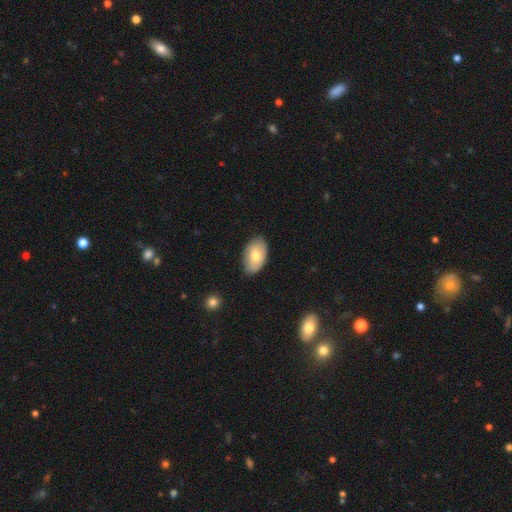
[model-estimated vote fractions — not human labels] Q: Smooth or featured?
A: smooth (73%); runner-up: featured or disk (21%)
Q: How rounded?
A: in between (94%); runner-up: round (5%)
Q: Merging?
A: none (81%); runner-up: minor disturbance (16%)